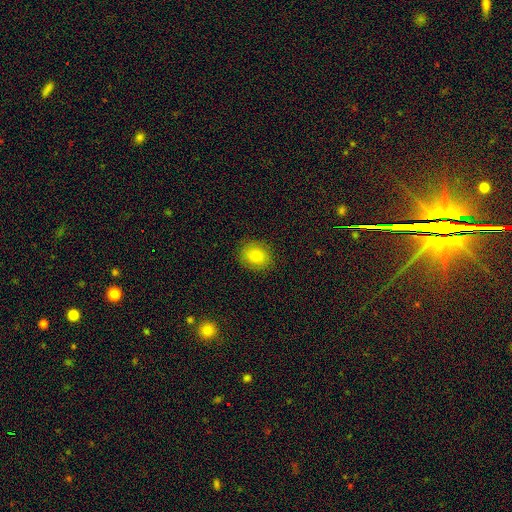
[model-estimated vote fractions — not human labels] A smooth galaxy with no disk features (82%) that is round (65%). Merging: none (87%).